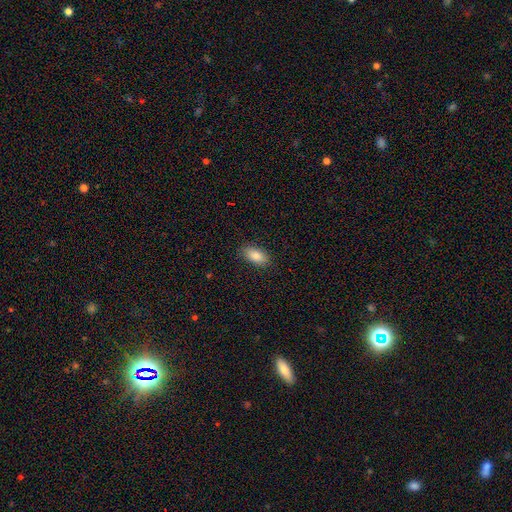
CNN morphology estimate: Smooth or featured: smooth — 87% (star or artifact — 7%)
How rounded: in between — 91% (cigar-shaped — 6%)
Merging: none — 86% (minor disturbance — 11%)